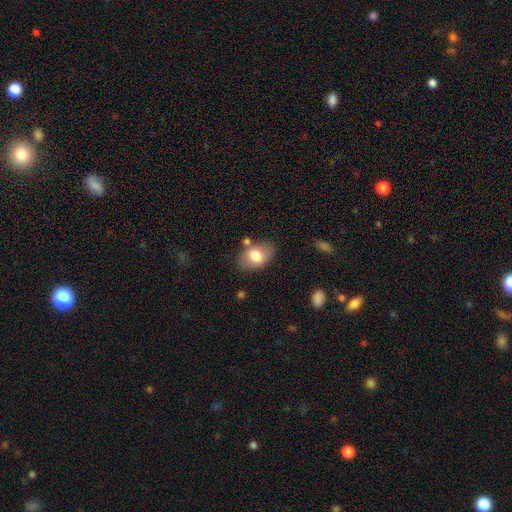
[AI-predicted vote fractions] This appears to be a smooth galaxy with no disk features (73%) that is in between round and cigar-shaped (85%). Merging: none (71%).